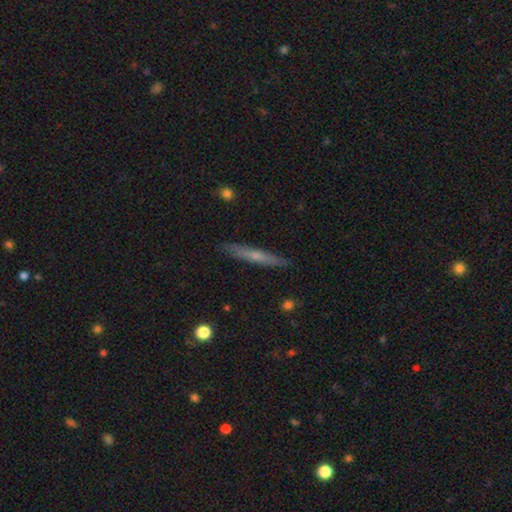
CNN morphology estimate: featured or disk 50%, smooth 43%, star or artifact 7%. Down the decision tree: edge-on disk — yes (93%); merging — none (89%).